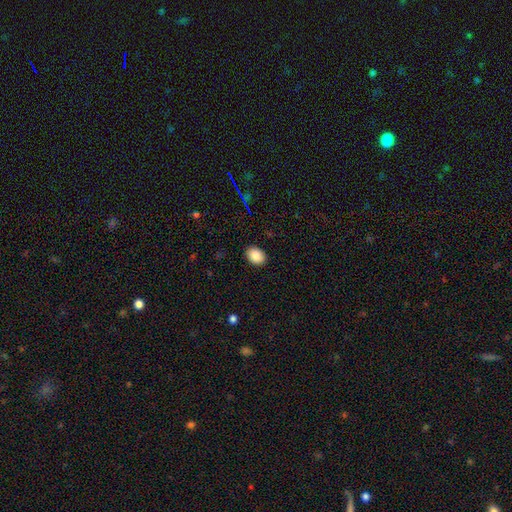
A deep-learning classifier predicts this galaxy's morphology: smooth-or-featured: smooth: 87% | star or artifact: 9% | featured or disk: 5%
  how-rounded: in between: 65% | round: 34% | cigar-shaped: 1%
  merging: none: 90% | minor disturbance: 7% | major disturbance: 2% | merger: 1%